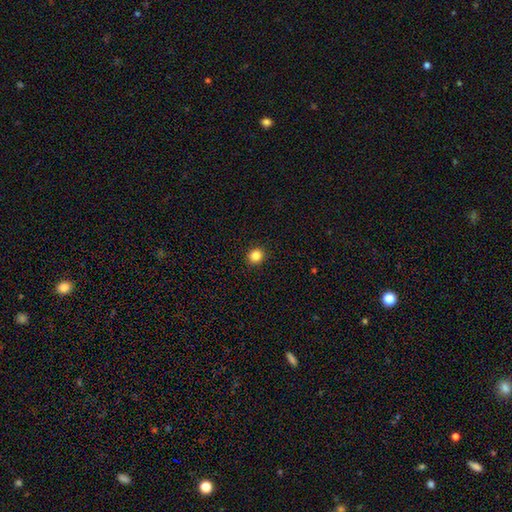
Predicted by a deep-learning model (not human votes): A smooth galaxy with no disk features (84%) that is round (88%). Merging: none (93%).